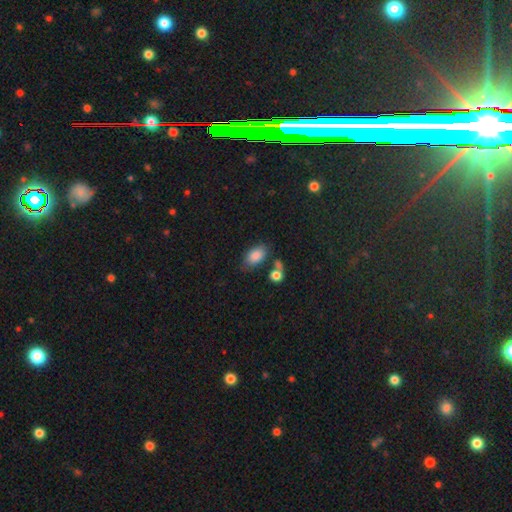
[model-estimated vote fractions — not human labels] smooth-or-featured: smooth: 85% | star or artifact: 8% | featured or disk: 7%
  how-rounded: in between: 91% | round: 7% | cigar-shaped: 2%
  merging: none: 61% | minor disturbance: 19% | merger: 13% | major disturbance: 6%